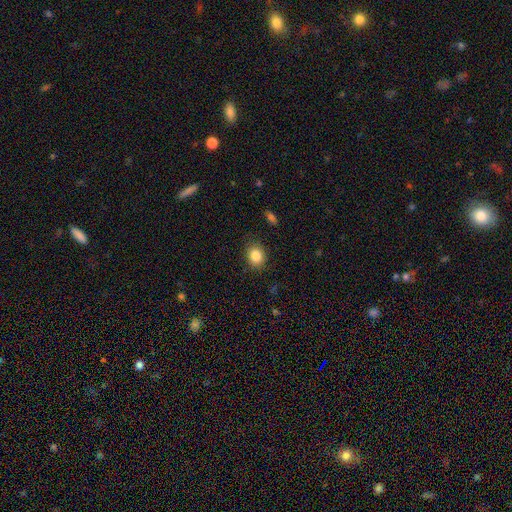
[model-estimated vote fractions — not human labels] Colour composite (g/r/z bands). It shows a smooth galaxy with no disk features (85%) that is round (59%). Merging: none (85%).